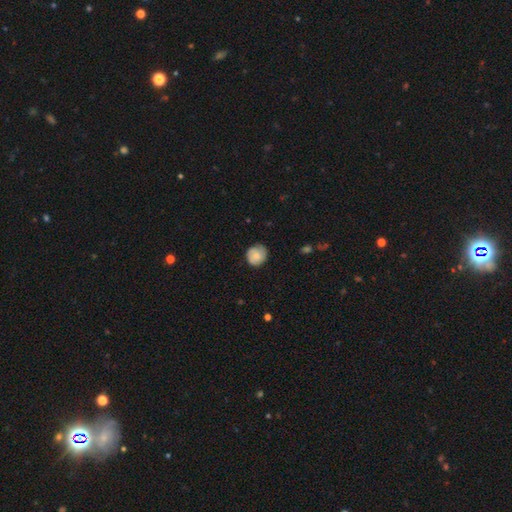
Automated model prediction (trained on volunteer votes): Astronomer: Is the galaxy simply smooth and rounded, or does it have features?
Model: smooth — 69%.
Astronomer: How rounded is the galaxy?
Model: round — 84%.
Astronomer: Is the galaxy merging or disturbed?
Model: none — 75%.